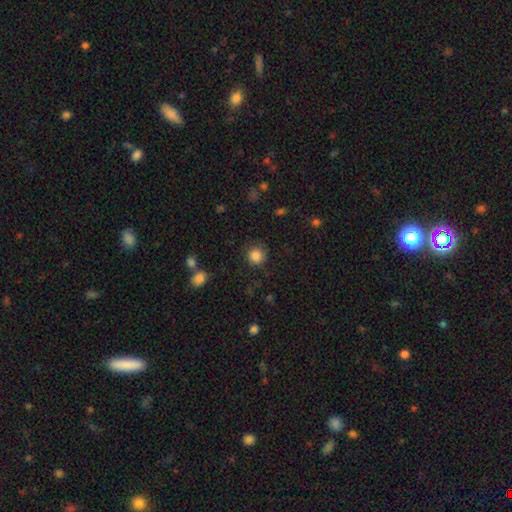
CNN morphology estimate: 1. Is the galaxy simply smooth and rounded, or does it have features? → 86% smooth, 10% star or artifact, 4% featured or disk.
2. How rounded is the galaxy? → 93% round, 7% in between, 1% cigar-shaped.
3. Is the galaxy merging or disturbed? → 86% none, 9% minor disturbance, 3% major disturbance, 2% merger.